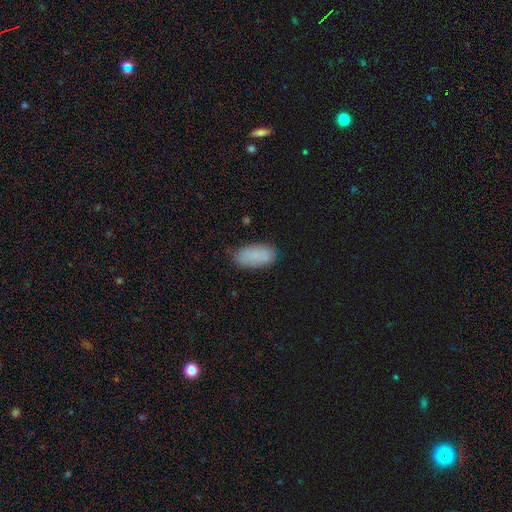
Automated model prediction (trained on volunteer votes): Smooth or featured?
  - smooth: 84% *
  - featured or disk: 8%
  - star or artifact: 7%
How rounded?
  - in between: 92% *
  - cigar-shaped: 5%
  - round: 3%
Merging?
  - none: 80% *
  - minor disturbance: 16%
  - major disturbance: 3%
  - merger: 1%